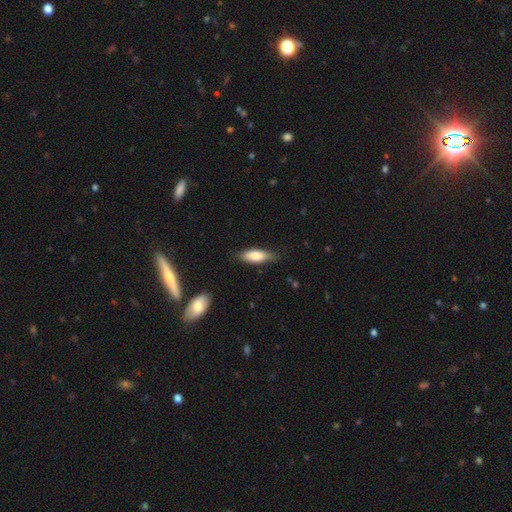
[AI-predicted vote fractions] This appears to be a smooth galaxy with no disk features (79%) that is in between round and cigar-shaped (68%). Merging: none (72%).